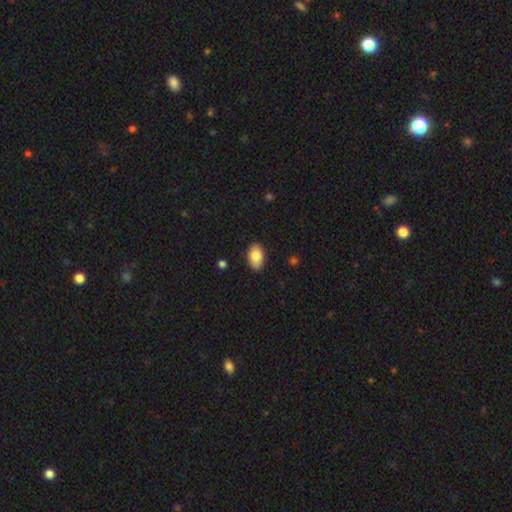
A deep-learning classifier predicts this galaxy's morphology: smooth_or_featured: smooth (p=0.84) [alt: featured or disk p=0.09]
how_rounded: in between (p=0.92) [alt: round p=0.06]
merging: none (p=0.84) [alt: minor disturbance p=0.13]